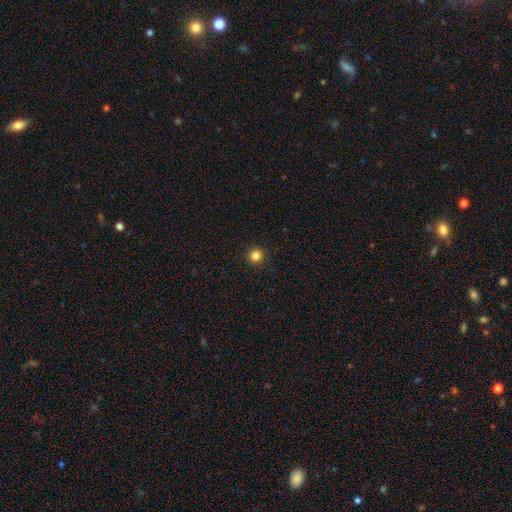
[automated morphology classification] Smooth or featured? smooth (84%)
How rounded? round (96%)
Merging? none (94%)